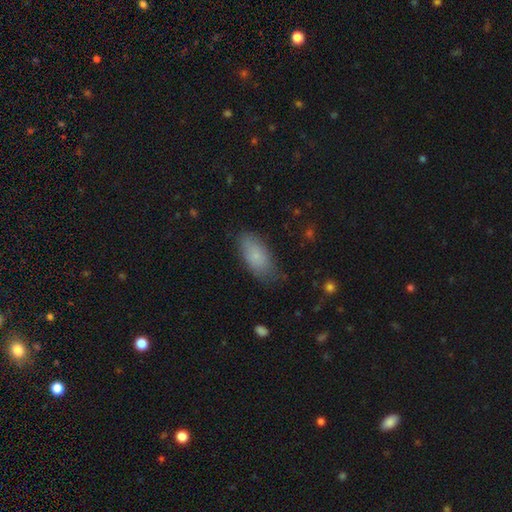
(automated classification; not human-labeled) Morphology: type=smooth (78%); roundness=in between (90%); merging=none (68%).